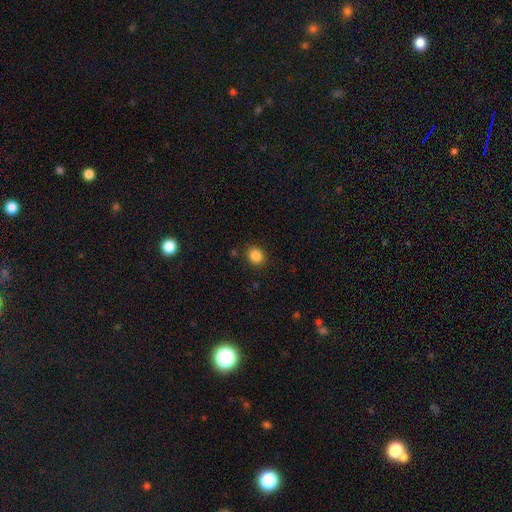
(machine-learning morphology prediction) Smooth or featured?
  - smooth: 86% *
  - star or artifact: 10%
  - featured or disk: 4%
How rounded?
  - round: 77% *
  - in between: 22%
  - cigar-shaped: 1%
Merging?
  - none: 88% *
  - minor disturbance: 8%
  - major disturbance: 2%
  - merger: 2%